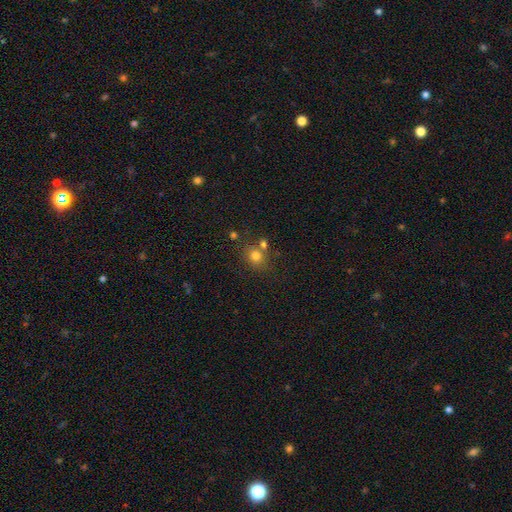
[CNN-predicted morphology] The model was most divided on "merging": none: 62%, merger: 22%, minor disturbance: 12%, major disturbance: 4%. More confident: smooth or featured — smooth (76%); how rounded — round (70%).